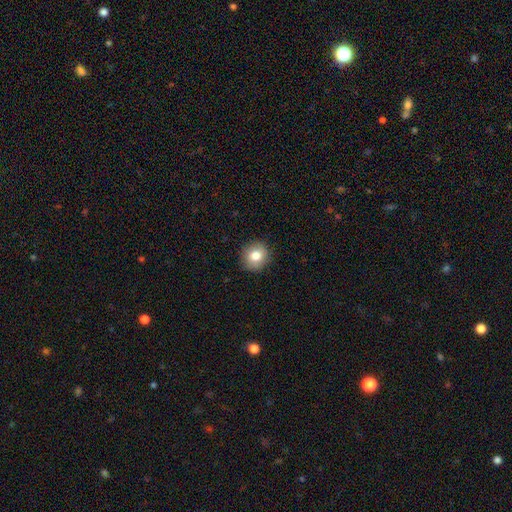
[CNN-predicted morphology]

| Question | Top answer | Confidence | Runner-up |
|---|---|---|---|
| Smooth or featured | smooth | 81% | featured or disk (10%) |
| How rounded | round | 87% | in between (12%) |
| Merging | none | 90% | minor disturbance (7%) |